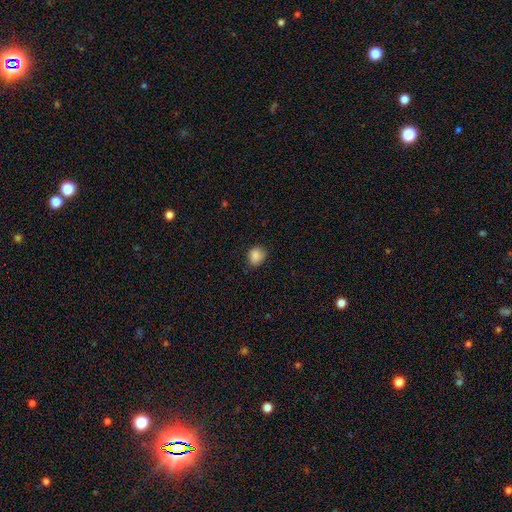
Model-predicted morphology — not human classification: Smooth or featured: smooth — 85% (star or artifact — 9%)
How rounded: round — 62% (in between — 37%)
Merging: none — 72% (minor disturbance — 23%)